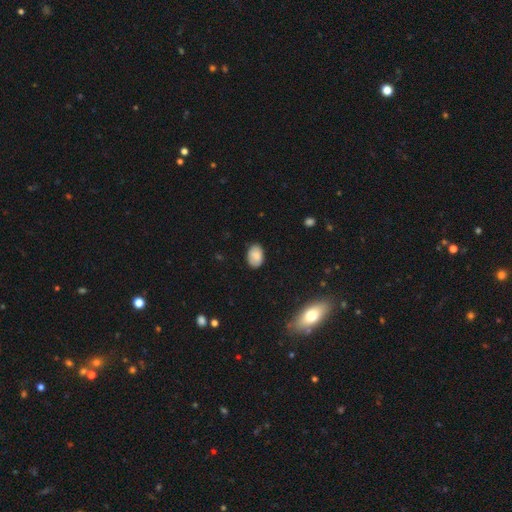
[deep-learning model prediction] Smooth or featured?
  - smooth: 83% *
  - featured or disk: 9%
  - star or artifact: 8%
How rounded?
  - in between: 87% *
  - round: 12%
  - cigar-shaped: 1%
Merging?
  - none: 83% *
  - minor disturbance: 14%
  - major disturbance: 2%
  - merger: 1%